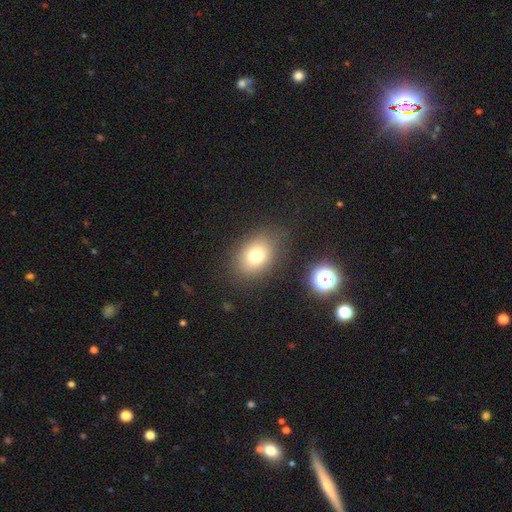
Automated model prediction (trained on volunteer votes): Q: Smooth or featured?
A: smooth (74%); runner-up: star or artifact (14%)
Q: How rounded?
A: in between (58%); runner-up: round (41%)
Q: Merging?
A: none (80%); runner-up: minor disturbance (13%)